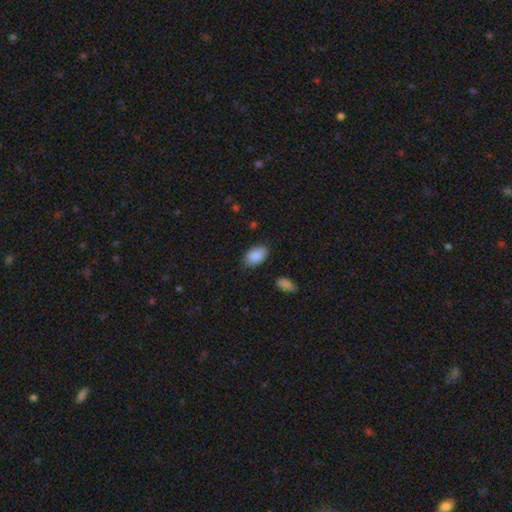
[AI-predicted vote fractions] A smooth galaxy with no disk features (89%) that is in between round and cigar-shaped (92%). Merging: none (83%).